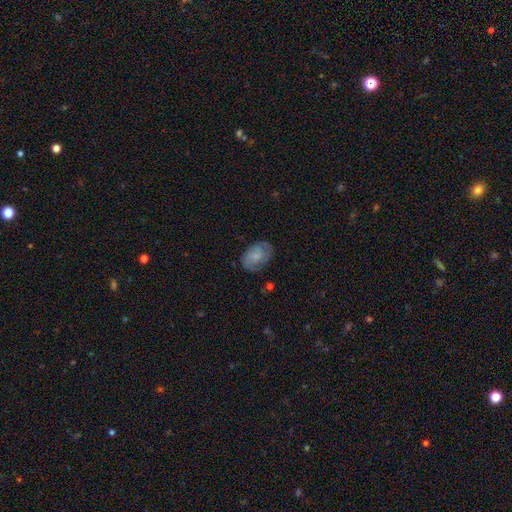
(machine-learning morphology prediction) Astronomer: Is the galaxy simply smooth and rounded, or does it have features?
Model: featured or disk — 47% (runner-up: smooth, 45%).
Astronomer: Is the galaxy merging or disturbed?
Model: none — 72%.